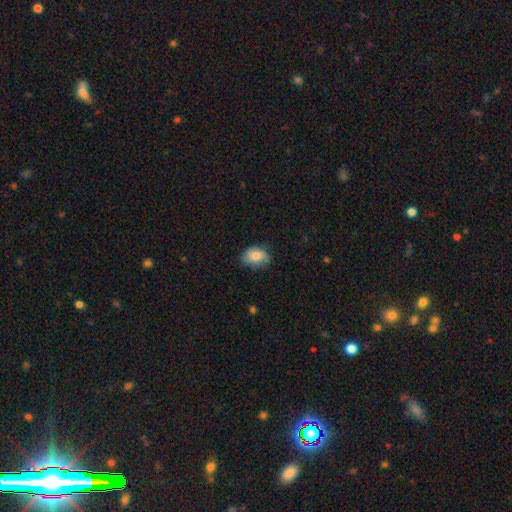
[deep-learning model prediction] smooth-or-featured: smooth: 78% | featured or disk: 15% | star or artifact: 7%
  how-rounded: in between: 75% | round: 24% | cigar-shaped: 1%
  merging: none: 67% | minor disturbance: 26% | major disturbance: 6% | merger: 1%